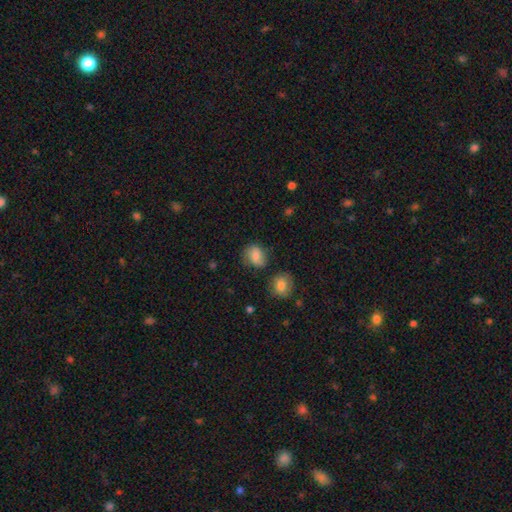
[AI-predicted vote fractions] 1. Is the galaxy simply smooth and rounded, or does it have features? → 74% smooth, 17% featured or disk, 9% star or artifact.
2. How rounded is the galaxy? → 53% round, 46% in between, 1% cigar-shaped.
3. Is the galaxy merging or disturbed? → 64% none, 23% minor disturbance, 8% major disturbance, 5% merger.